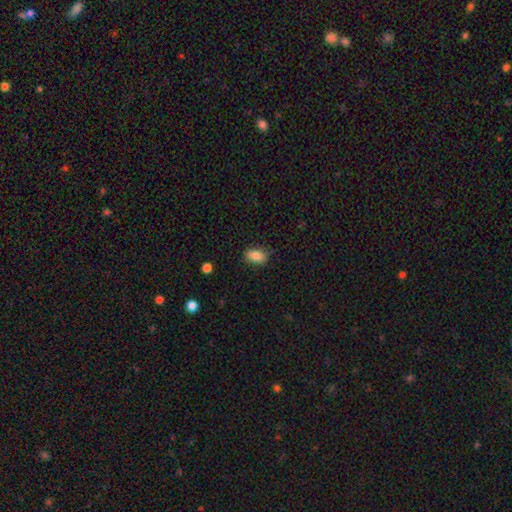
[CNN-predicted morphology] Smooth or featured?
  - smooth: 85% *
  - star or artifact: 8%
  - featured or disk: 7%
How rounded?
  - in between: 87% *
  - round: 10%
  - cigar-shaped: 3%
Merging?
  - none: 81% *
  - minor disturbance: 14%
  - major disturbance: 3%
  - merger: 1%